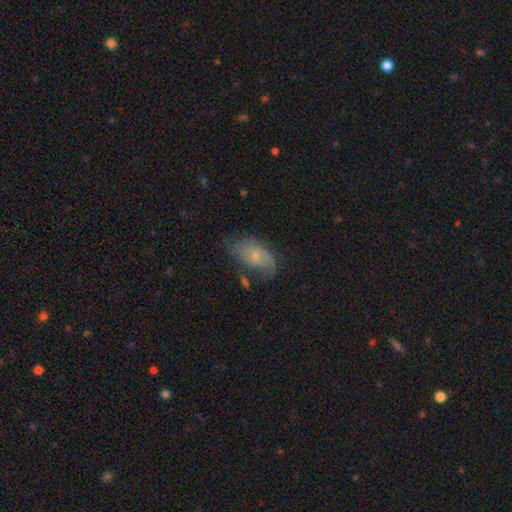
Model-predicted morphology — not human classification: Overall: featured or disk (52%; smooth 40%). Edge-on disk: no (95%). Merging: none (47%; minor disturbance 30%).